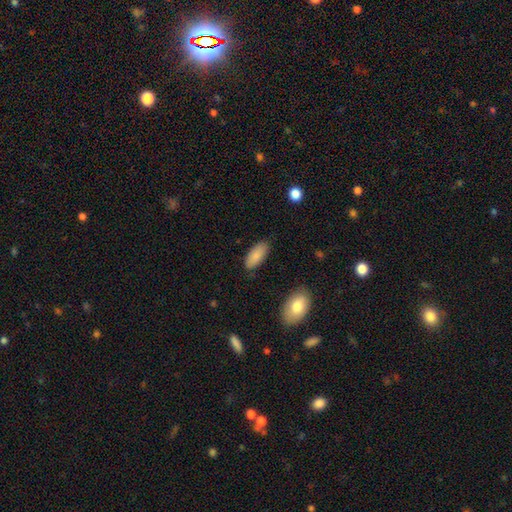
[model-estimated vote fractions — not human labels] A smooth galaxy with no disk features (86%) that is in between round and cigar-shaped (87%).

Vote fractions:
- Smooth or featured? smooth: 86% / featured or disk: 7% / star or artifact: 6%
- How rounded? in between: 87% / cigar-shaped: 11% / round: 2%
- Merging? none: 84% / minor disturbance: 12% / major disturbance: 3% / merger: 2%